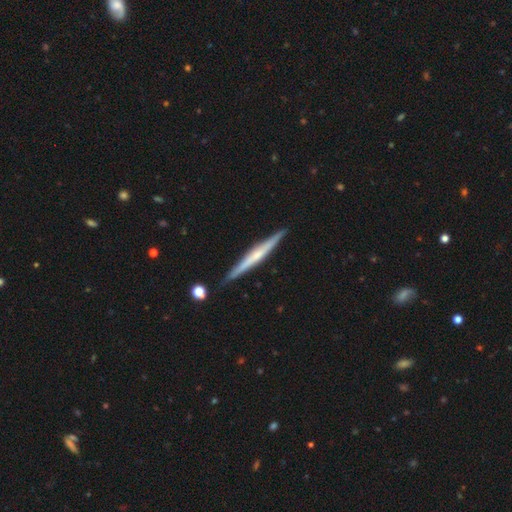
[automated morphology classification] Q: Smooth or featured?
A: featured or disk (67%); runner-up: smooth (28%)
Q: Edge-on disk?
A: yes (98%); runner-up: no (2%)
Q: Edge-on bulge?
A: rounded (49%); runner-up: none (41%)
Q: Merging?
A: none (89%); runner-up: minor disturbance (8%)